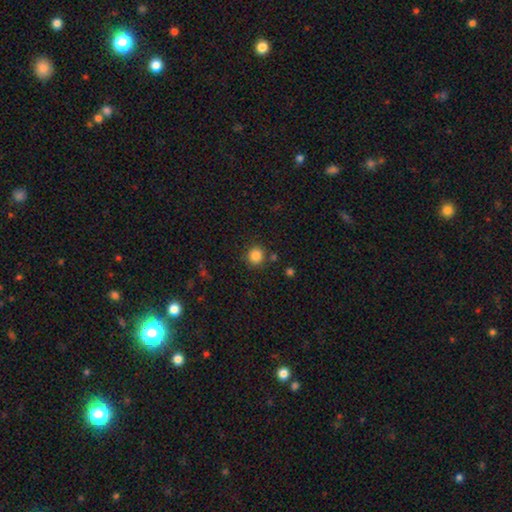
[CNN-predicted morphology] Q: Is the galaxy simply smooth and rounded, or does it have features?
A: smooth — 85%.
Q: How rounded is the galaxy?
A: round — 90%.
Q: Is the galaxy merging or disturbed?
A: none — 85%.